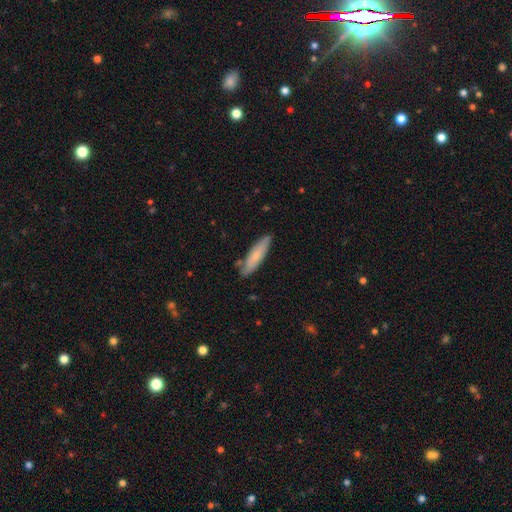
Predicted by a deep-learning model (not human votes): Morphology: type=smooth (67%); roundness=cigar-shaped (69%); merging=none (77%).